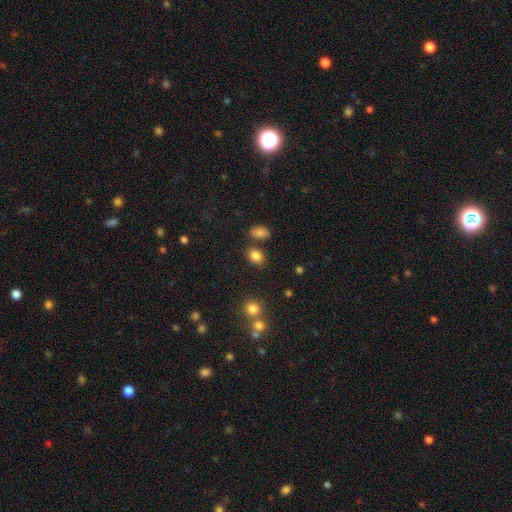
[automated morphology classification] This appears to be a smooth galaxy with no disk features (83%) that is in between round and cigar-shaped (60%). Merging: none (75%).